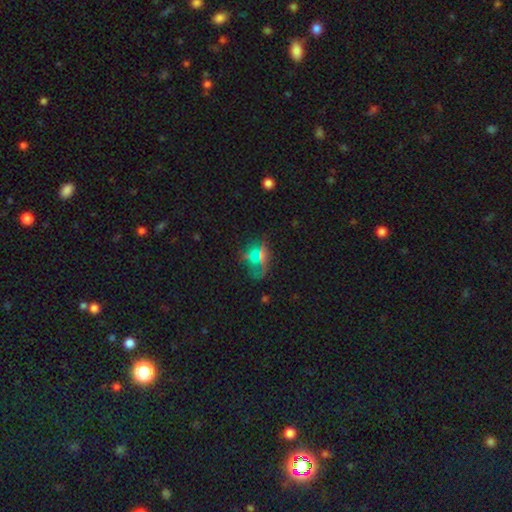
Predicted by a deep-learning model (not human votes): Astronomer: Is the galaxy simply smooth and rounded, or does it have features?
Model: smooth — 47% (runner-up: star or artifact, 37%).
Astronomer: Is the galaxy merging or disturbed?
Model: none — 62%.